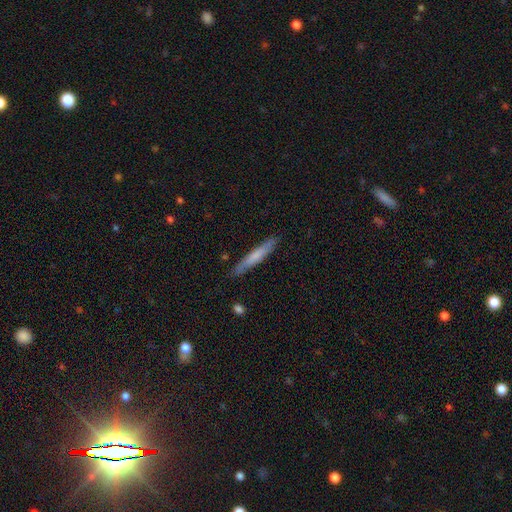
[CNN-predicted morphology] A smooth galaxy with no disk features (64%) that is cigar-shaped (95%). Merging: none (87%).